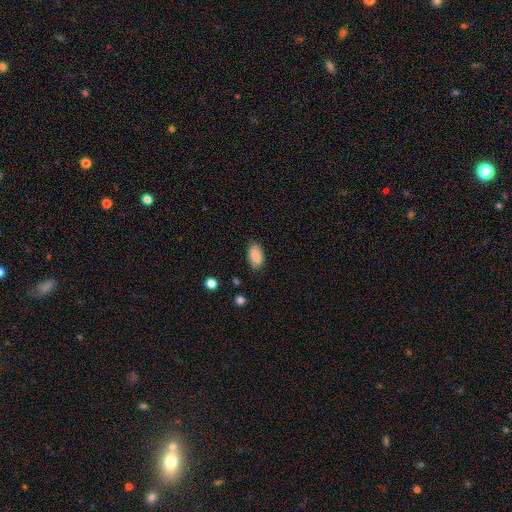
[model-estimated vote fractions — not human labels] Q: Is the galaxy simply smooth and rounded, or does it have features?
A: smooth — 89%.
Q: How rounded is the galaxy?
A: in between — 93%.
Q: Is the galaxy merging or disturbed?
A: none — 82%.